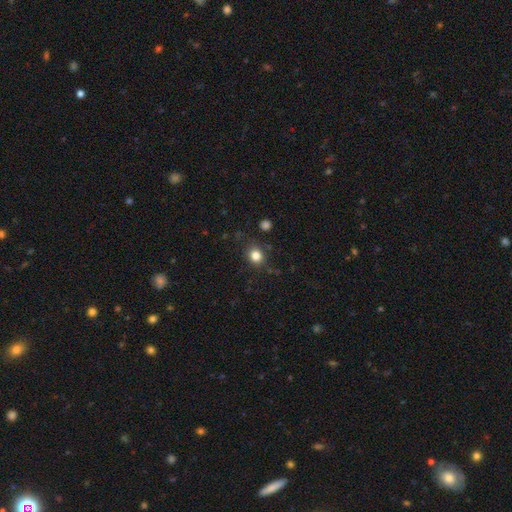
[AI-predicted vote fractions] This is clearly a smooth galaxy (83%). How rounded: likely round (74%). Merging: clearly none (84%).